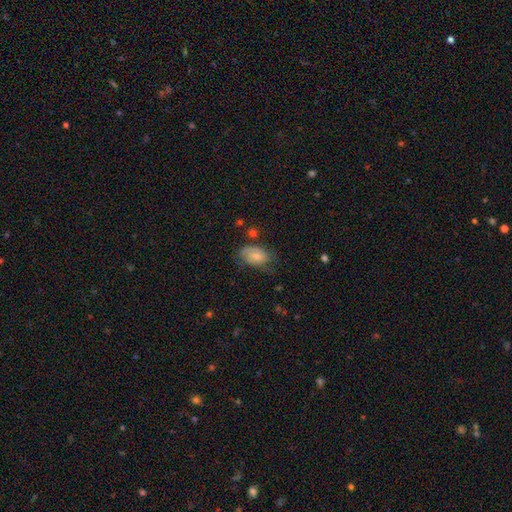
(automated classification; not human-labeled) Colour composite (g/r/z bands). It shows a smooth galaxy with no disk features (51%) that is in between round and cigar-shaped (88%). Merging: none (52%).